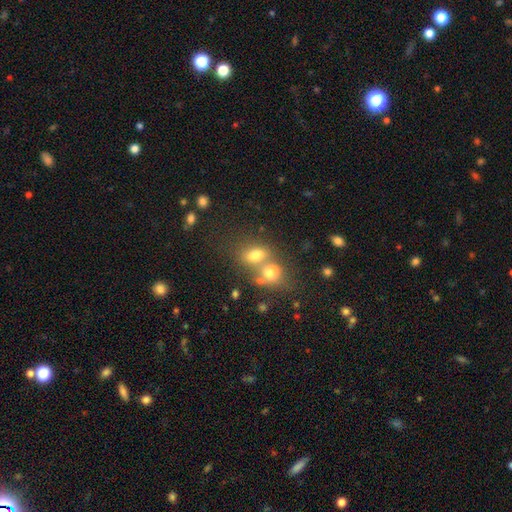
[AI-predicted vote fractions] Overall: smooth (72%). How rounded: in between (64%; round 34%). Merging: merger (53%; none 33%).